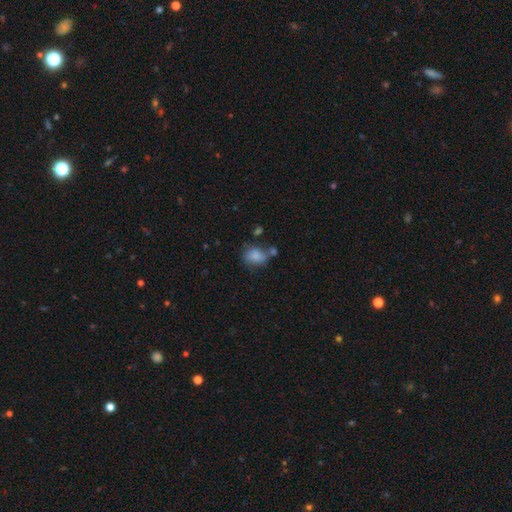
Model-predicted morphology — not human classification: Q: Smooth or featured?
A: smooth (79%); runner-up: featured or disk (11%)
Q: How rounded?
A: in between (68%); runner-up: round (31%)
Q: Merging?
A: none (40%); runner-up: merger (24%)